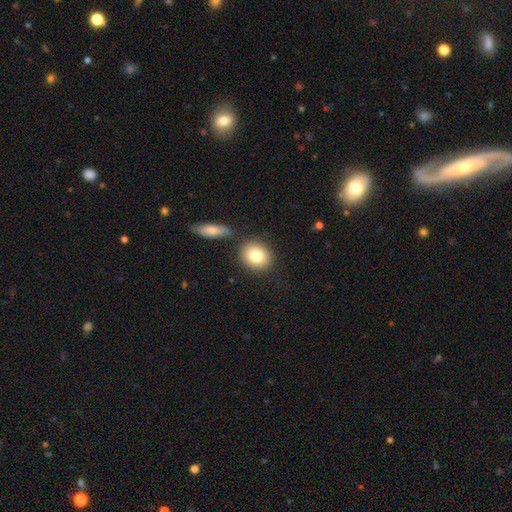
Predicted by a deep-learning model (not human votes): A smooth galaxy with no disk features (81%) that is round (67%). Merging: none (78%).